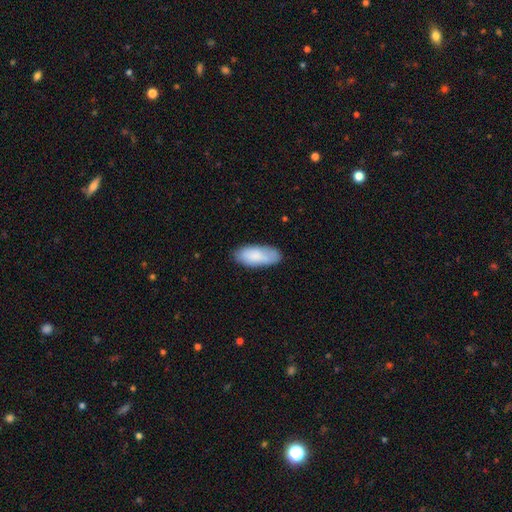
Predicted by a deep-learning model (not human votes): Morphology: type=smooth (82%); roundness=in between (87%); merging=none (72%).